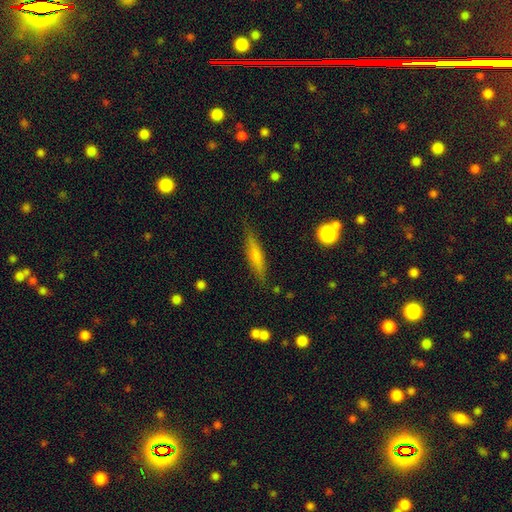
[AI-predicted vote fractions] Smooth or featured?
  - smooth: 57% *
  - featured or disk: 35%
  - star or artifact: 7%
How rounded?
  - cigar-shaped: 83% *
  - in between: 15%
  - round: 2%
Merging?
  - none: 84% *
  - minor disturbance: 12%
  - major disturbance: 3%
  - merger: 2%